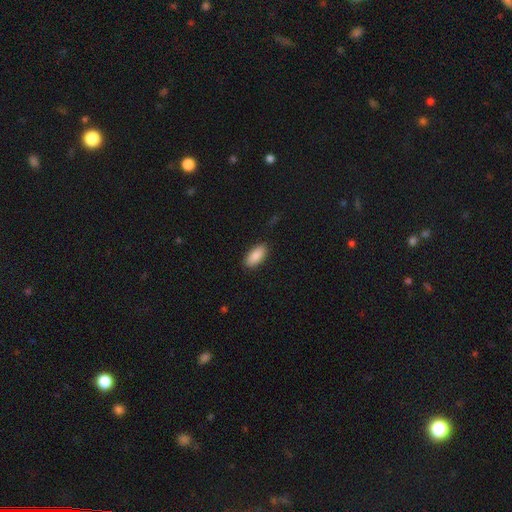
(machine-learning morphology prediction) type=smooth (89%); roundness=in between (90%); merging=none (88%).